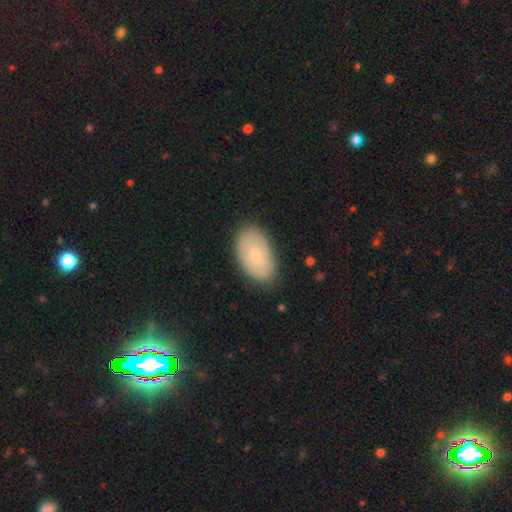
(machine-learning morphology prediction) smooth-or-featured: smooth: 58% | featured or disk: 35% | star or artifact: 7%
  how-rounded: in between: 93% | round: 5% | cigar-shaped: 2%
  merging: none: 83% | minor disturbance: 13% | major disturbance: 3% | merger: 1%